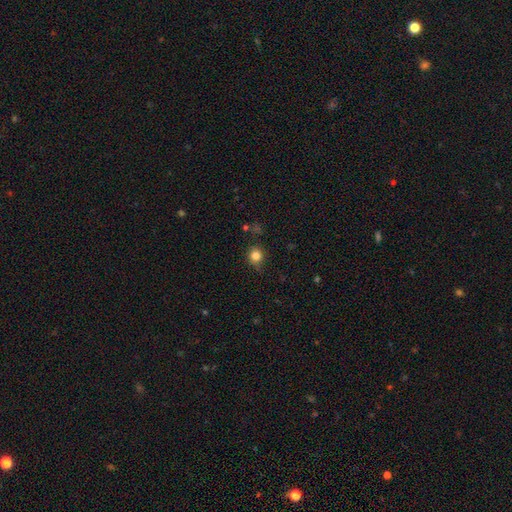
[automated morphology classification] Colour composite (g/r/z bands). It shows a smooth galaxy with no disk features (82%) that is round (90%). Merging: none (83%).